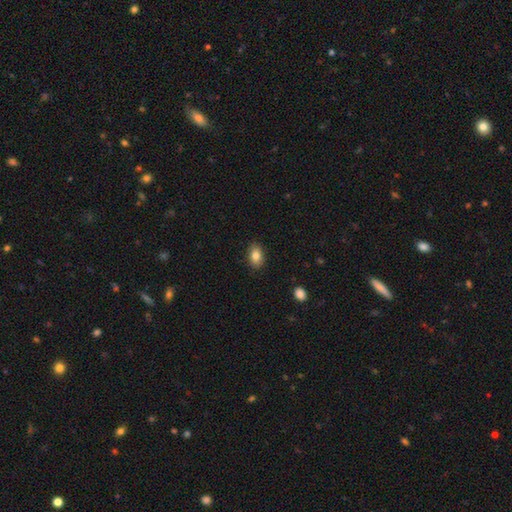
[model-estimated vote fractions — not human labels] Morphology: type=smooth (84%); roundness=in between (86%); merging=none (87%).